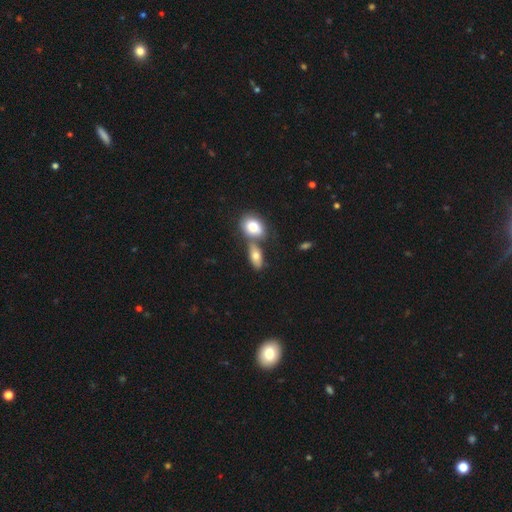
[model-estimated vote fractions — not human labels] The model was most divided on "merging": none: 48%, merger: 37%, minor disturbance: 11%, major disturbance: 4%. More confident: how rounded — in between (83%); smooth or featured — smooth (73%).